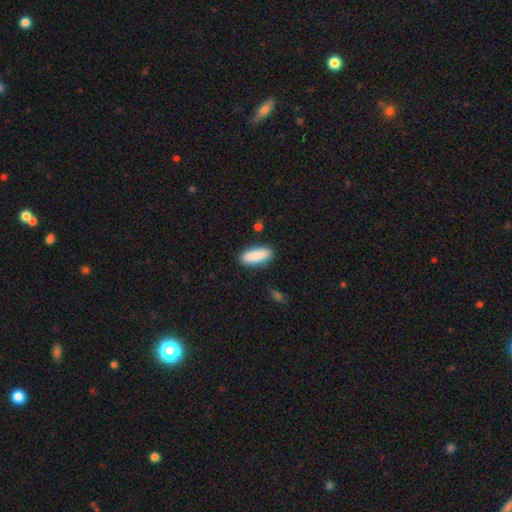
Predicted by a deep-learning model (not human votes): Smooth or featured: smooth — 89% (star or artifact — 6%)
How rounded: in between — 70% (cigar-shaped — 28%)
Merging: none — 86% (minor disturbance — 10%)